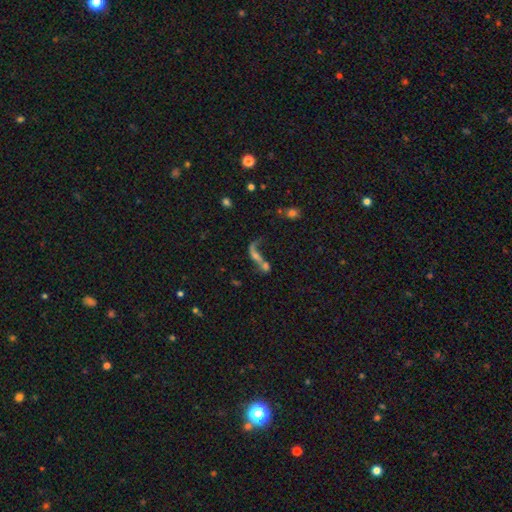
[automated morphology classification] Smooth or featured?
  - featured or disk: 49% *
  - smooth: 33%
  - star or artifact: 19%
Merging?
  - merger: 51% *
  - none: 21%
  - major disturbance: 19%
  - minor disturbance: 9%